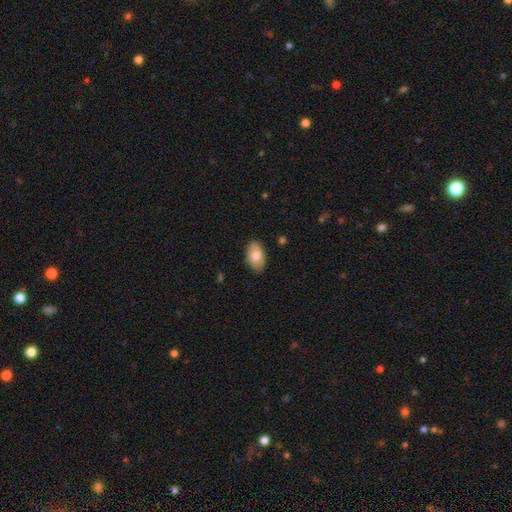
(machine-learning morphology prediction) A smooth galaxy with no disk features (77%) that is in between round and cigar-shaped (92%).

Vote fractions:
- Smooth or featured? smooth: 77% / featured or disk: 17% / star or artifact: 6%
- How rounded? in between: 92% / round: 6% / cigar-shaped: 1%
- Merging? none: 85% / minor disturbance: 12% / major disturbance: 2% / merger: 1%